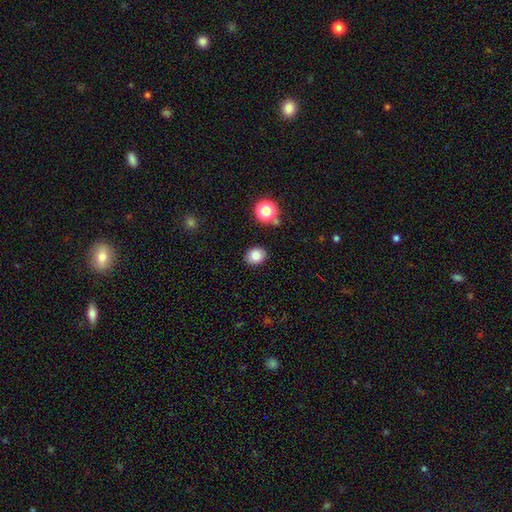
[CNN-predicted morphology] Smooth or featured: smooth — 83% (star or artifact — 11%)
How rounded: round — 59% (in between — 41%)
Merging: none — 87% (minor disturbance — 8%)